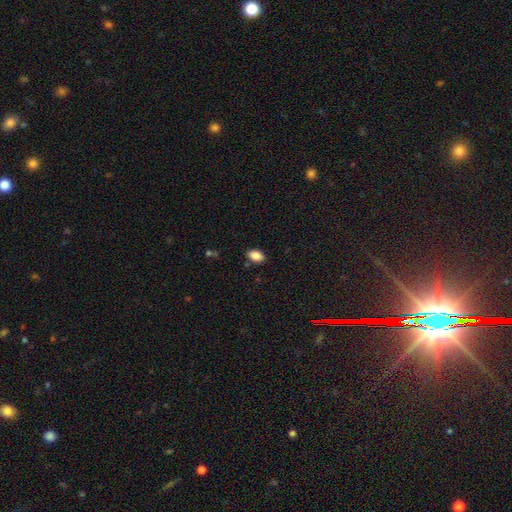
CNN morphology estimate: smooth_or_featured: smooth (p=0.87) [alt: star or artifact p=0.08]
how_rounded: in between (p=0.89) [alt: round p=0.10]
merging: none (p=0.85) [alt: minor disturbance p=0.11]